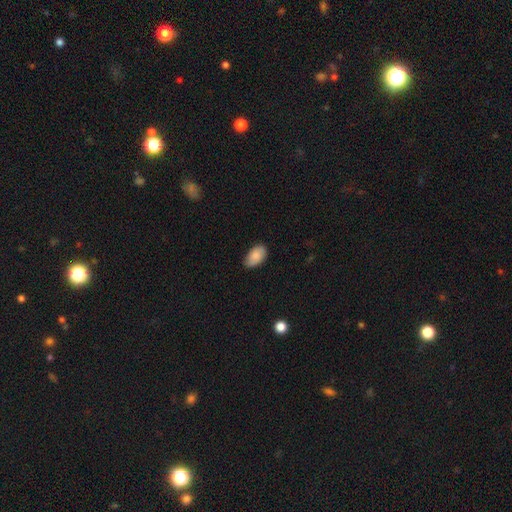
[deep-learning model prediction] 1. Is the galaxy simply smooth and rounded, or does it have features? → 82% smooth, 11% featured or disk, 7% star or artifact.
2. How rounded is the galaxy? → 93% in between, 6% round, 1% cigar-shaped.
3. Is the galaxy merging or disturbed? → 75% none, 21% minor disturbance, 3% major disturbance, 1% merger.